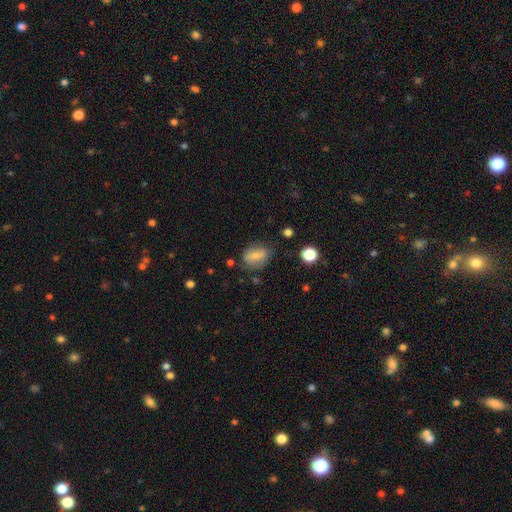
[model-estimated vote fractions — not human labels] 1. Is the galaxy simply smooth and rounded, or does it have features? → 70% smooth, 21% featured or disk, 9% star or artifact.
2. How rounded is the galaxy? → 73% in between, 25% round, 3% cigar-shaped.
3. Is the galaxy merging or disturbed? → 64% none, 23% minor disturbance, 9% major disturbance, 4% merger.